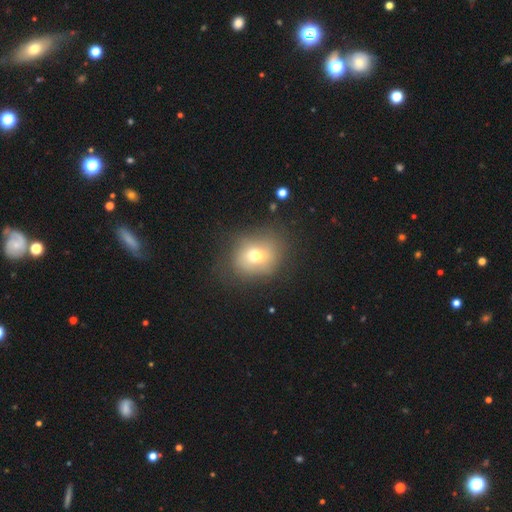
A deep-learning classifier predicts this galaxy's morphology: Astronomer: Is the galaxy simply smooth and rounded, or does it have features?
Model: smooth — 68%.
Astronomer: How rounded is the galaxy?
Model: round — 54% (runner-up: in between, 45%).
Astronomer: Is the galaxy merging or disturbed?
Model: none — 66%.